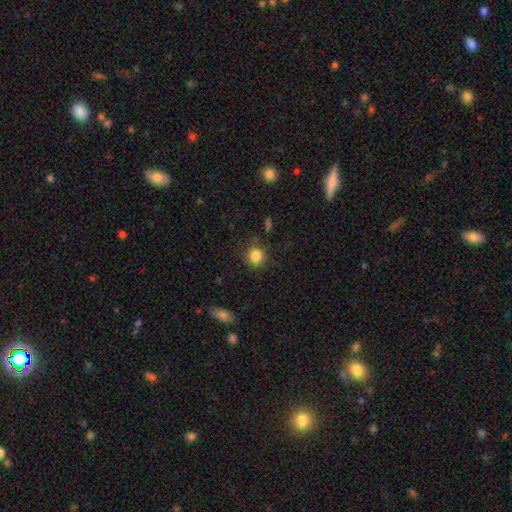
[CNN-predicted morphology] A smooth galaxy with no disk features (85%) that is round (90%). Merging: none (85%).